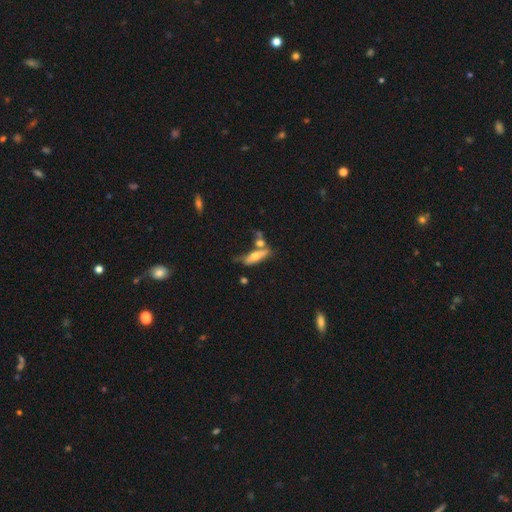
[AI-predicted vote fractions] Q: Smooth or featured?
A: smooth (52%); runner-up: featured or disk (41%)
Q: How rounded?
A: cigar-shaped (56%); runner-up: in between (41%)
Q: Merging?
A: none (39%); runner-up: merger (32%)